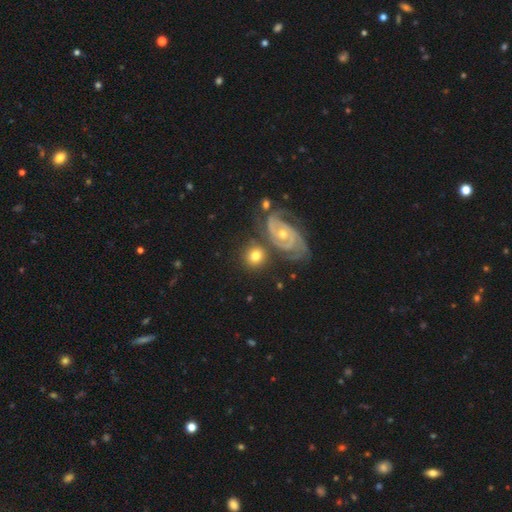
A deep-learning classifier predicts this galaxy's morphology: A smooth galaxy with no disk features (53%) that is round (80%). Merging: none (67%).